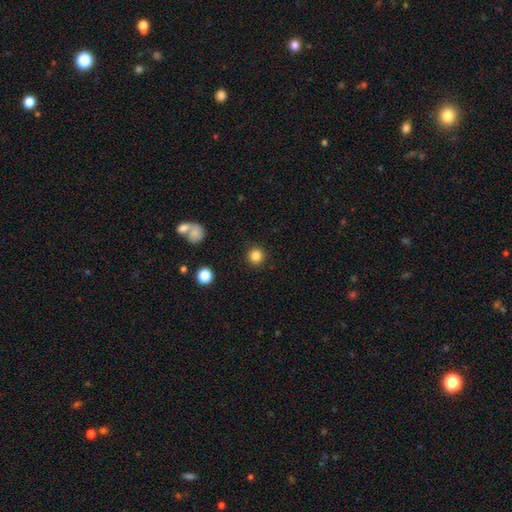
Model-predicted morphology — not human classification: smooth-or-featured: smooth: 85% | star or artifact: 11% | featured or disk: 4%
  how-rounded: round: 95% | in between: 4% | cigar-shaped: 1%
  merging: none: 91% | minor disturbance: 5% | major disturbance: 2% | merger: 1%